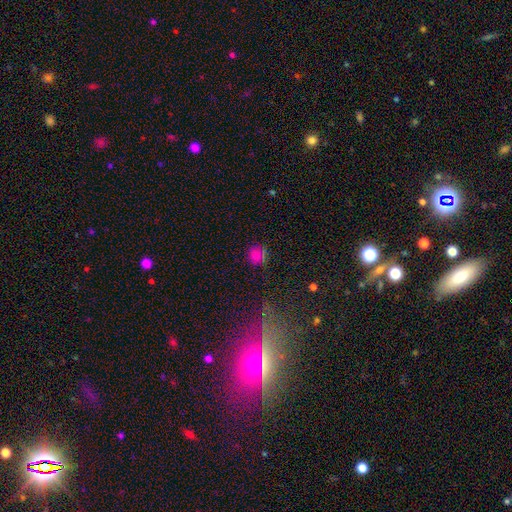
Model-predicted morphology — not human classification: smooth_or_featured: smooth (p=0.69) [alt: star or artifact p=0.23]
how_rounded: round (p=0.90) [alt: in between p=0.09]
merging: none (p=0.80) [alt: minor disturbance p=0.13]